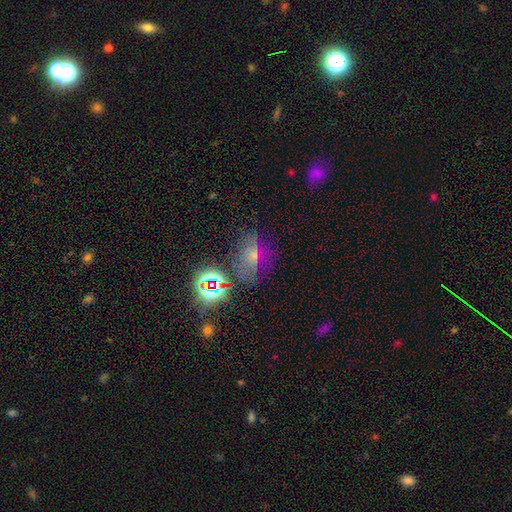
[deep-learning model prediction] This appears to be a star or artifact, not a galaxy (44%).